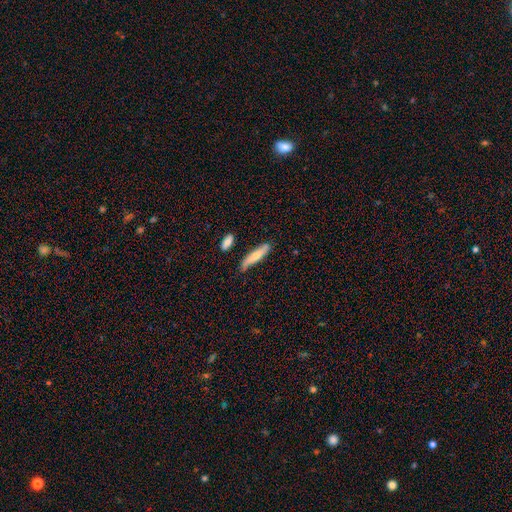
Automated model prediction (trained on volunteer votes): Smooth or featured: smooth — 66% (featured or disk — 28%)
How rounded: cigar-shaped — 81% (in between — 17%)
Merging: none — 68% (minor disturbance — 23%)